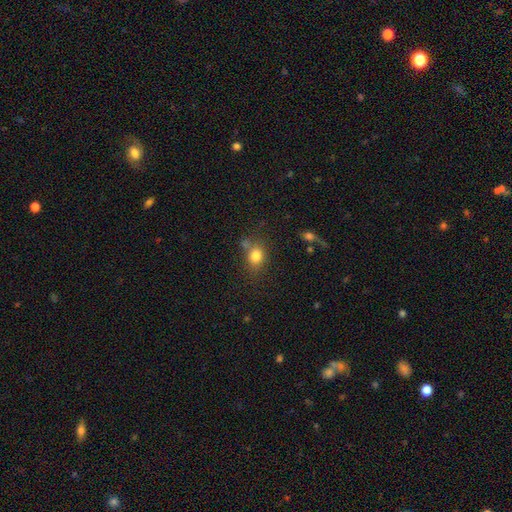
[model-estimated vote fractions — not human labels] Smooth or featured? Predicted: smooth (p=0.80). How rounded? Predicted: round (p=0.52). Merging? Predicted: none (p=0.63).